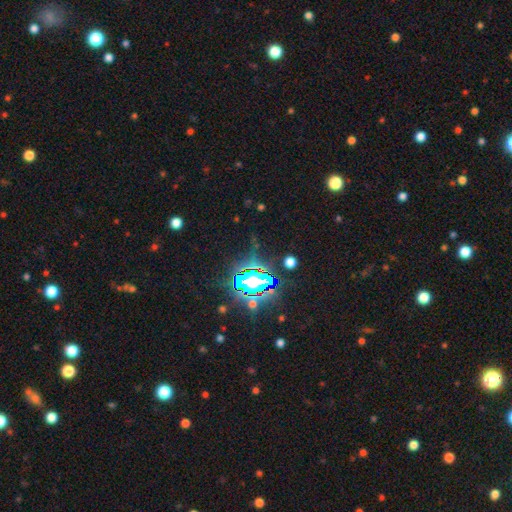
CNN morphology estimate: Smooth or featured? Predicted: star or artifact (p=0.84).